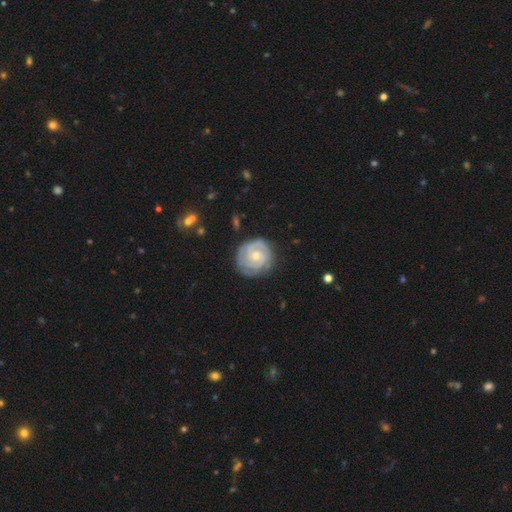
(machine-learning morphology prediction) A featured or disk galaxy (82%) with no bar (69%), 2 (47%) tight (73%) spiral arms (96%) and a small central bulge (51%). Merging: none (80%).